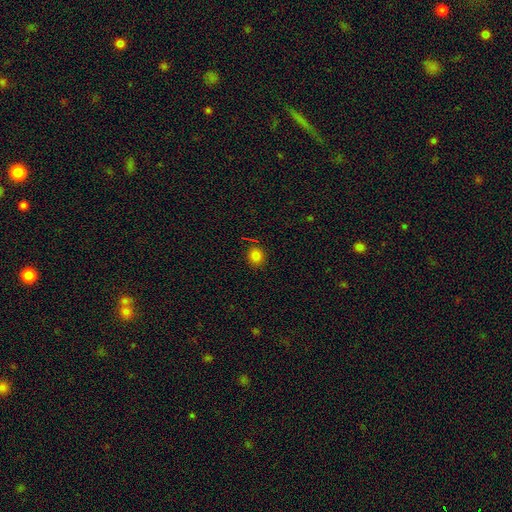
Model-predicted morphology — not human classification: Q: Smooth or featured?
A: smooth (80%); runner-up: star or artifact (15%)
Q: How rounded?
A: round (76%); runner-up: in between (23%)
Q: Merging?
A: none (84%); runner-up: minor disturbance (10%)